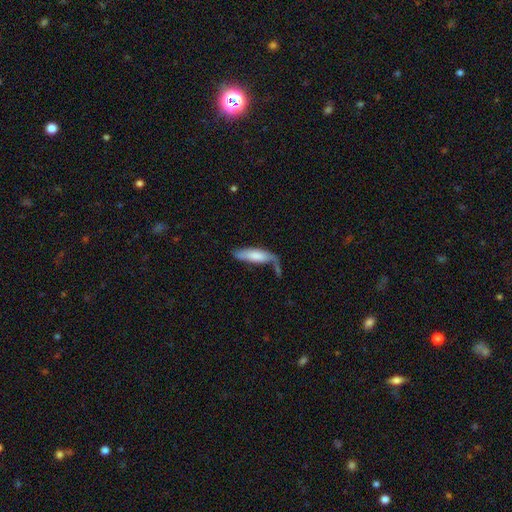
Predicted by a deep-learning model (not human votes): Overall: smooth (70%). How rounded: cigar-shaped (50%; in between 48%). Merging: none (37%; minor disturbance 25%).